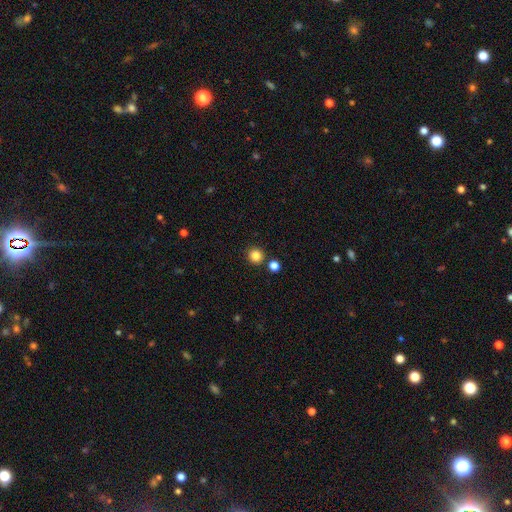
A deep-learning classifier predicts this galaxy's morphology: Q: Smooth or featured?
A: smooth (83%); runner-up: star or artifact (13%)
Q: How rounded?
A: round (94%); runner-up: in between (5%)
Q: Merging?
A: none (87%); runner-up: minor disturbance (5%)